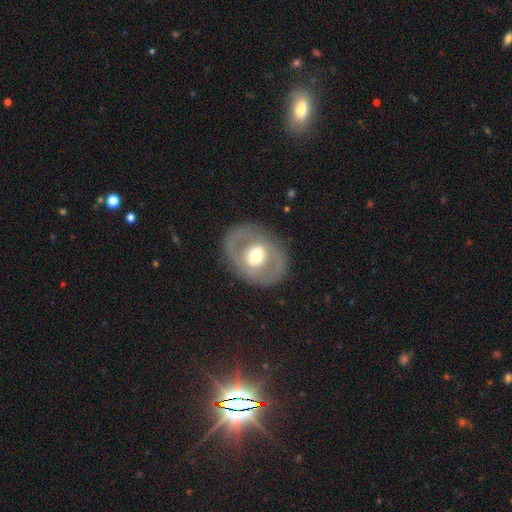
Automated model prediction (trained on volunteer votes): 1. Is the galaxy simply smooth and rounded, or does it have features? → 65% featured or disk, 29% smooth, 6% star or artifact.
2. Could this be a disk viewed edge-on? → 94% no, 6% yes.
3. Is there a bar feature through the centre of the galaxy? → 47% no, 34% weak, 19% strong.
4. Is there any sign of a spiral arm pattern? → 61% no, 39% yes.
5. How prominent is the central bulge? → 66% moderate, 23% large, 9% small, 2% dominant, 1% none.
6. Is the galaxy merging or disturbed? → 82% none, 11% minor disturbance, 6% major disturbance, 1% merger.